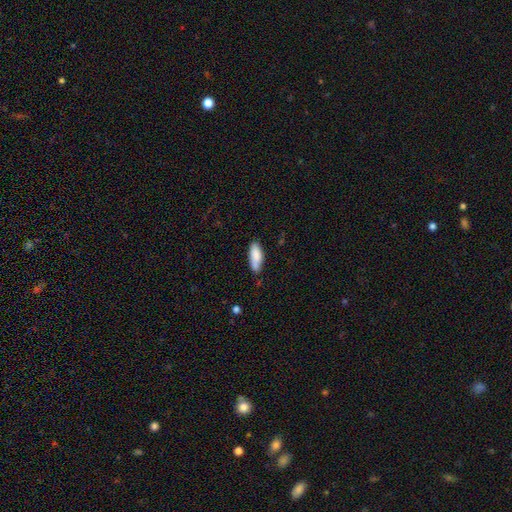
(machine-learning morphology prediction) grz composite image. It shows a smooth galaxy with no disk features (83%) that is in between round and cigar-shaped (64%). Merging: none (68%).